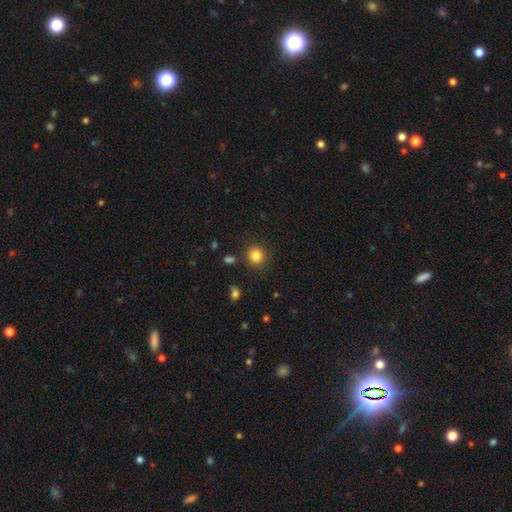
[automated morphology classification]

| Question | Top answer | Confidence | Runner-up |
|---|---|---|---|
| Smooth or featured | smooth | 84% | star or artifact (11%) |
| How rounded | round | 89% | in between (10%) |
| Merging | none | 88% | minor disturbance (7%) |